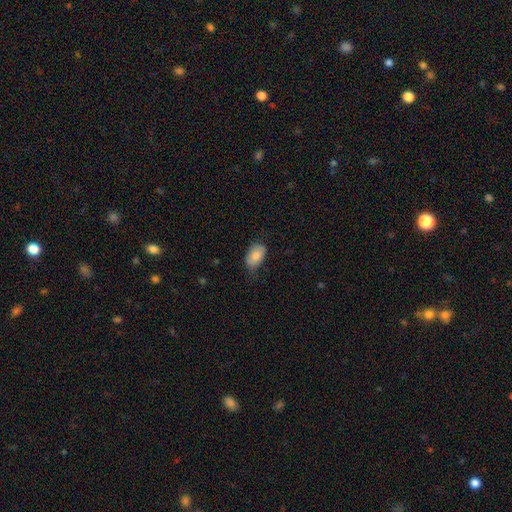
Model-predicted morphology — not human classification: smooth 83%, featured or disk 11%, star or artifact 7%. Down the decision tree: how rounded — in between (91%); merging — none (65%).